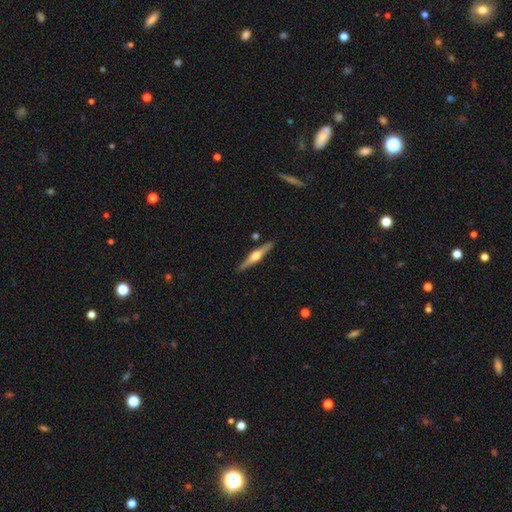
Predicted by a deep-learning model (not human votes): Smooth or featured: featured or disk — 71% (smooth — 24%)
Edge-on disk: yes — 98% (no — 2%)
Edge-on bulge: rounded — 94% (boxy — 3%)
Merging: none — 89% (minor disturbance — 7%)